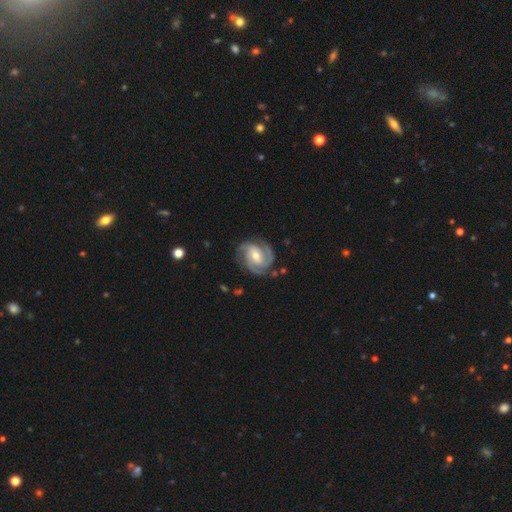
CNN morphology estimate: Q: Smooth or featured?
A: featured or disk (90%); runner-up: smooth (6%)
Q: Edge-on disk?
A: no (98%); runner-up: yes (2%)
Q: Bar?
A: no (45%); runner-up: weak (39%)
Q: Spiral arms?
A: yes (98%); runner-up: no (2%)
Q: Spiral winding?
A: tight (59%); runner-up: medium (36%)
Q: Spiral arm count?
A: 3 (44%); runner-up: 2 (35%)
Q: Bulge size?
A: moderate (57%); runner-up: small (38%)
Q: Merging?
A: none (77%); runner-up: minor disturbance (16%)